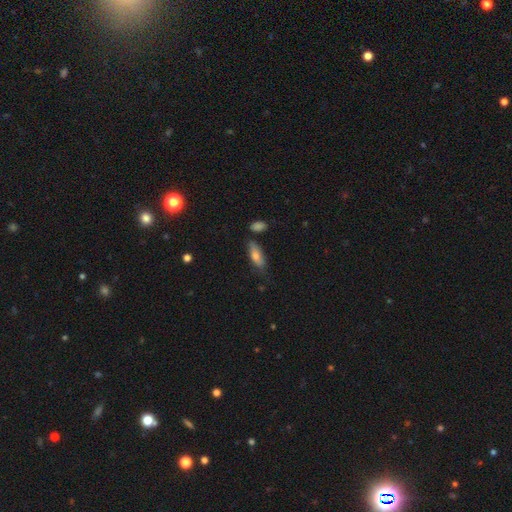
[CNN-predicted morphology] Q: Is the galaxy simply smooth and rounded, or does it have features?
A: smooth — 68%.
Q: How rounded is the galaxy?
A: in between — 63%.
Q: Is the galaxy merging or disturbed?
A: none — 70%.